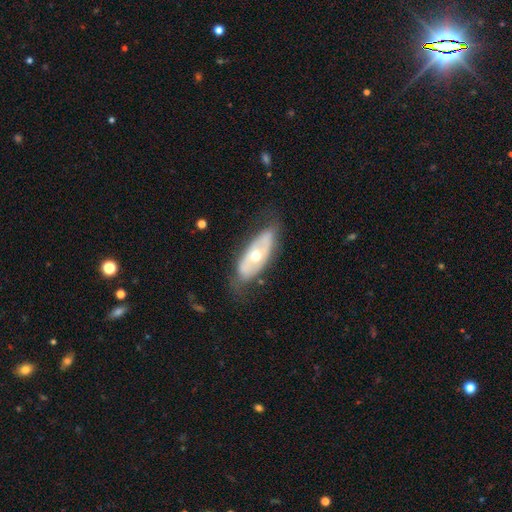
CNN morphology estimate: The model was most divided on "smooth or featured": featured or disk: 61%, smooth: 34%, star or artifact: 6%. More confident: edge-on disk — no (81%); merging — none (69%).